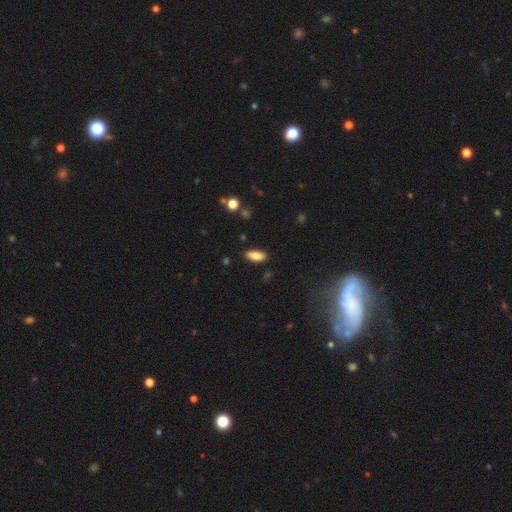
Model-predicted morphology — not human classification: Q: Smooth or featured?
A: smooth (85%); runner-up: star or artifact (8%)
Q: How rounded?
A: in between (83%); runner-up: cigar-shaped (15%)
Q: Merging?
A: none (86%); runner-up: minor disturbance (10%)